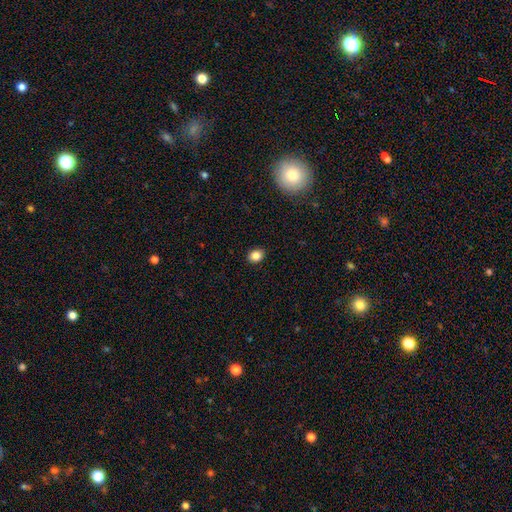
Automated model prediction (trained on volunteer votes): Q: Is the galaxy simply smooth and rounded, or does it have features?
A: smooth — 85%.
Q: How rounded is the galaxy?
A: in between — 50%.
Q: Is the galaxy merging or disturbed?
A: none — 90%.